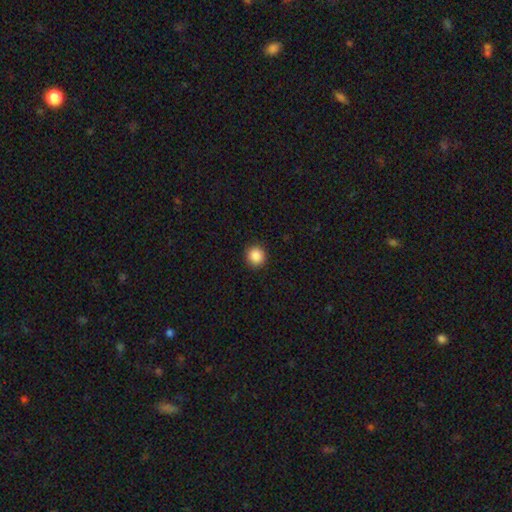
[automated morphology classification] This appears to be a smooth galaxy with no disk features (88%) that is round (93%). Merging: none (92%).